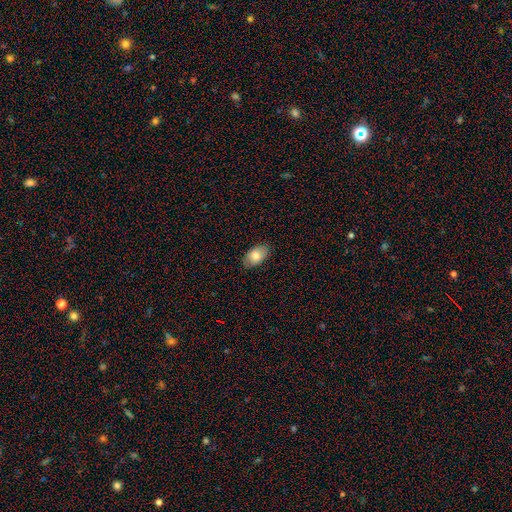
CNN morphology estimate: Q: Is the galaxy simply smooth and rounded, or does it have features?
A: smooth — 81%.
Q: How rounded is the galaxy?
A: in between — 93%.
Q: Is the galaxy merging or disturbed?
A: none — 86%.